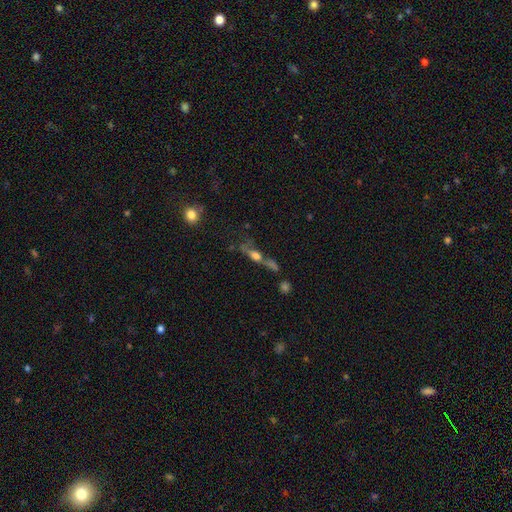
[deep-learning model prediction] Overall: featured or disk (43%; smooth 41%). Merging: none (36%; merger 31%).